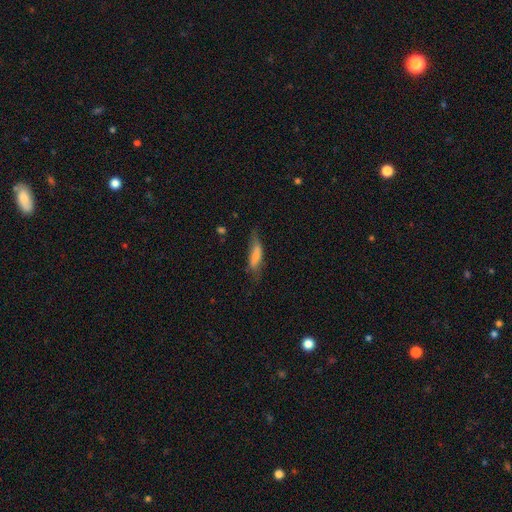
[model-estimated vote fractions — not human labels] This is likely a smooth galaxy (68%). How rounded: possibly cigar-shaped (58%). Merging: possibly none (51%).